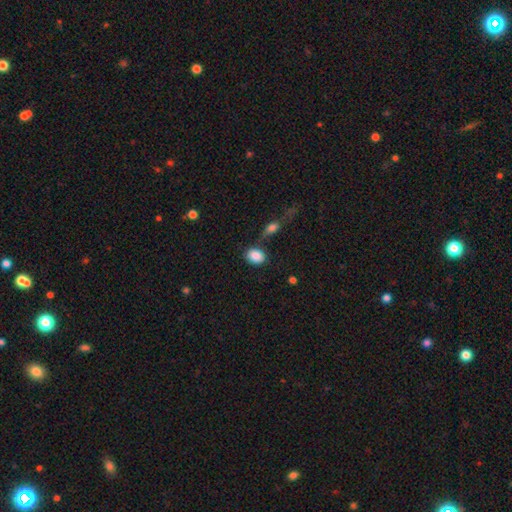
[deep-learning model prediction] A smooth galaxy with no disk features (87%) that is in between round and cigar-shaped (65%). Merging: none (66%).